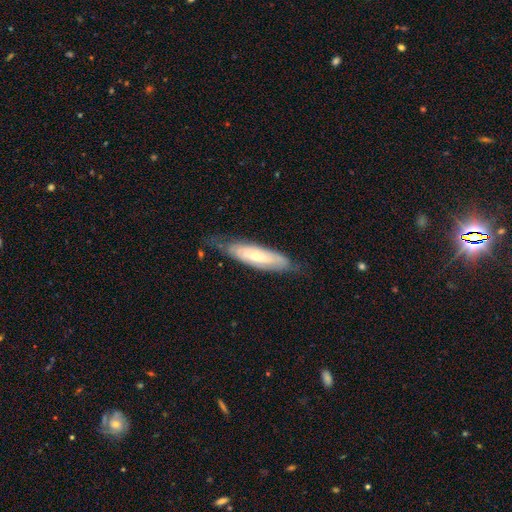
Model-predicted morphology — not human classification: Overall: featured or disk (53%; smooth 41%). Edge-on disk: no (61%; yes 39%). Merging: none (64%; minor disturbance 26%).